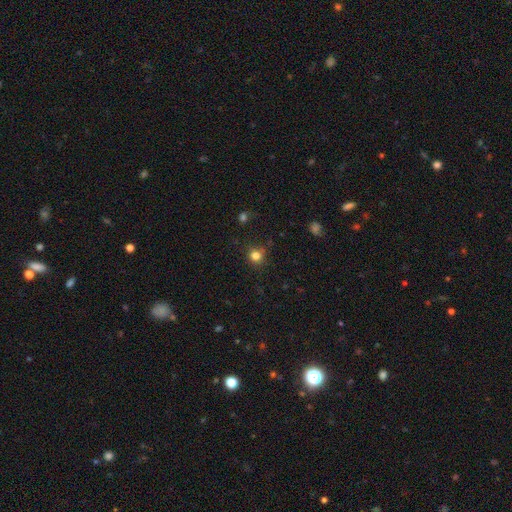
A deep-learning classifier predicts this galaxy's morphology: This is clearly a smooth galaxy (80%). How rounded: clearly round (91%). Merging: clearly none (82%).